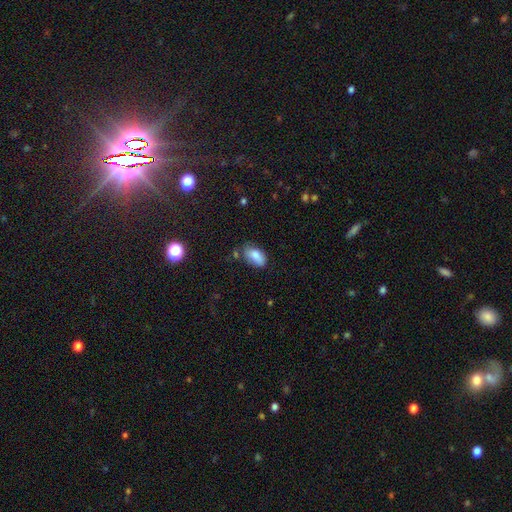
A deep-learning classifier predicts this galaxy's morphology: The model was most divided on "merging": none: 55%, minor disturbance: 32%, major disturbance: 8%, merger: 6%. More confident: how rounded — in between (93%); smooth or featured — smooth (81%).